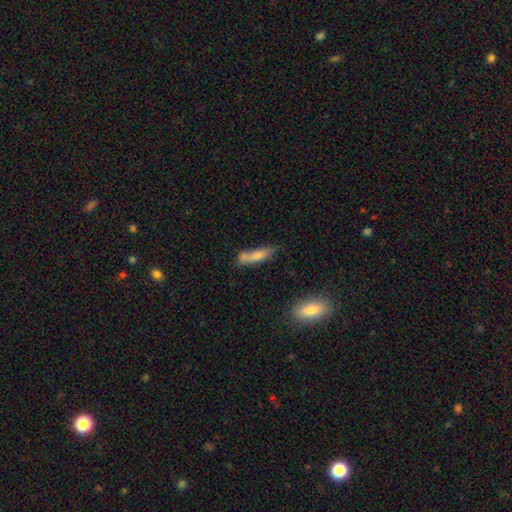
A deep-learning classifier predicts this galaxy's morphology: Smooth or featured? Predicted: smooth (p=0.75). How rounded? Predicted: cigar-shaped (p=0.59). Merging? Predicted: none (p=0.46).